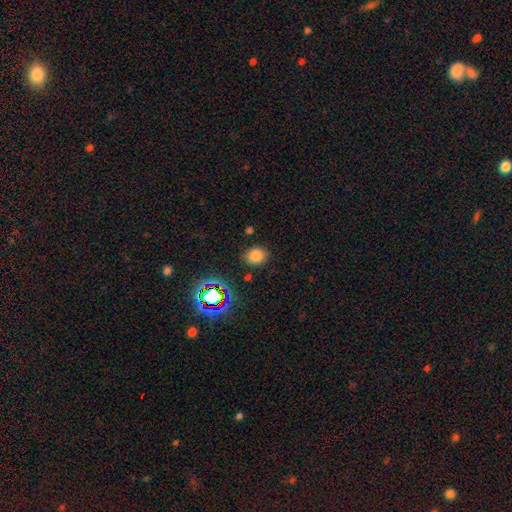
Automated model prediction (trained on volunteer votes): Q: Smooth or featured?
A: smooth (78%); runner-up: star or artifact (16%)
Q: How rounded?
A: round (71%); runner-up: in between (28%)
Q: Merging?
A: none (84%); runner-up: minor disturbance (10%)